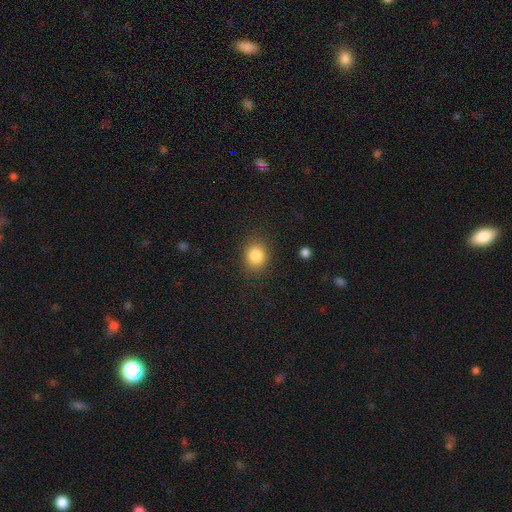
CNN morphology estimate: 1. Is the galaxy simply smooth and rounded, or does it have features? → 85% smooth, 10% star or artifact, 5% featured or disk.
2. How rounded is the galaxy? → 65% round, 34% in between, 1% cigar-shaped.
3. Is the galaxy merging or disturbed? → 86% none, 9% minor disturbance, 4% major disturbance, 1% merger.